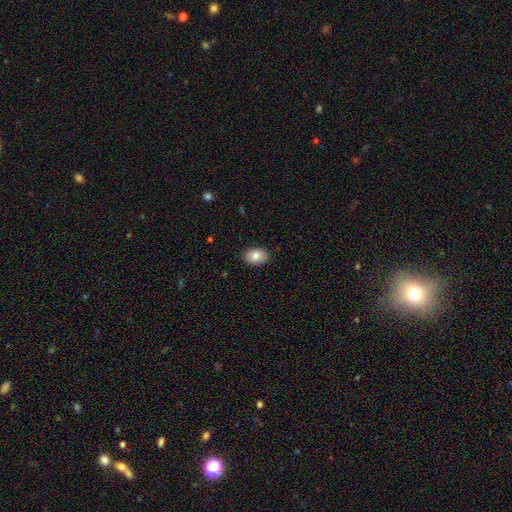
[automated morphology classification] Q: Smooth or featured?
A: smooth (83%); runner-up: featured or disk (10%)
Q: How rounded?
A: in between (80%); runner-up: round (19%)
Q: Merging?
A: none (89%); runner-up: minor disturbance (8%)